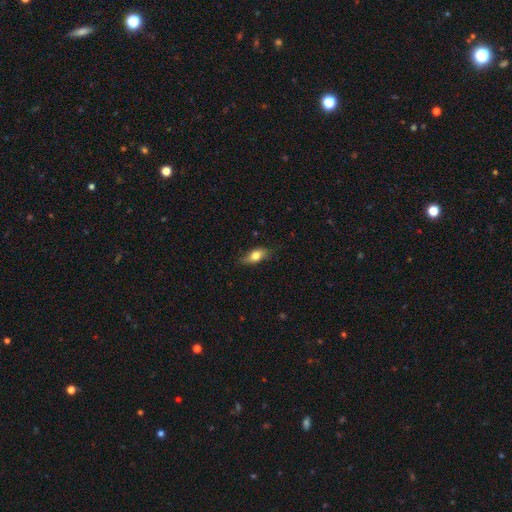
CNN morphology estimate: Smooth or featured? smooth (69%)
How rounded? in between (78%)
Merging? none (73%)